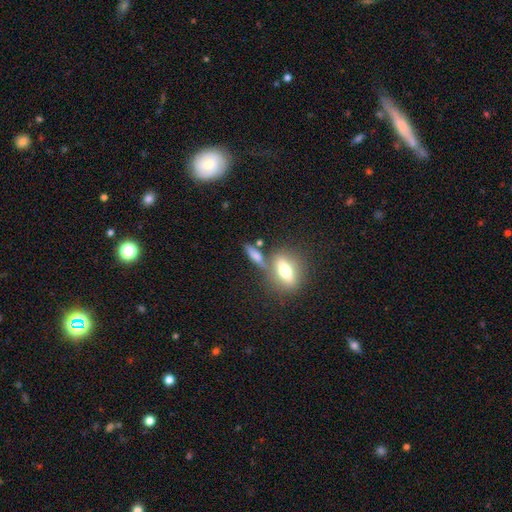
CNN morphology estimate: Smooth or featured? smooth (61%)
How rounded? cigar-shaped (49%)
Merging? none (57%)